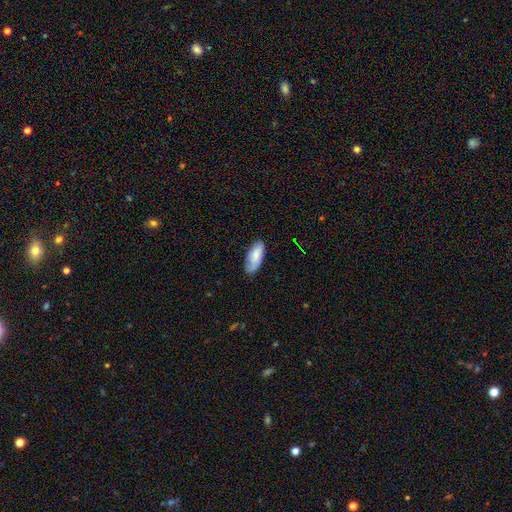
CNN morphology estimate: This is likely a smooth galaxy (68%). How rounded: clearly in between (86%). Merging: likely none (71%).